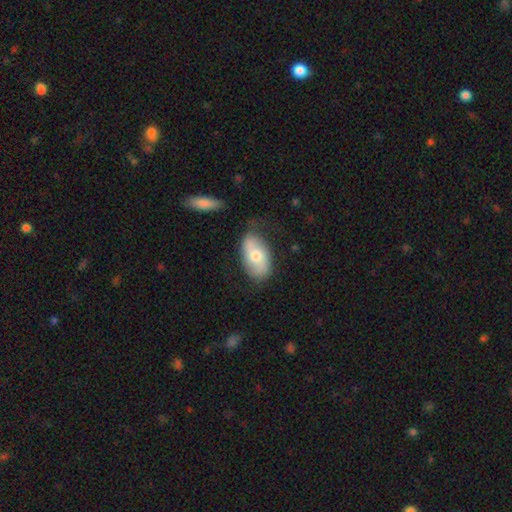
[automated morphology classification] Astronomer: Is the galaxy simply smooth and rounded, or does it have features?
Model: smooth — 54% (runner-up: featured or disk, 40%).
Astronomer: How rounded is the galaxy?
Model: in between — 92%.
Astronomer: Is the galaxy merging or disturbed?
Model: none — 71%.